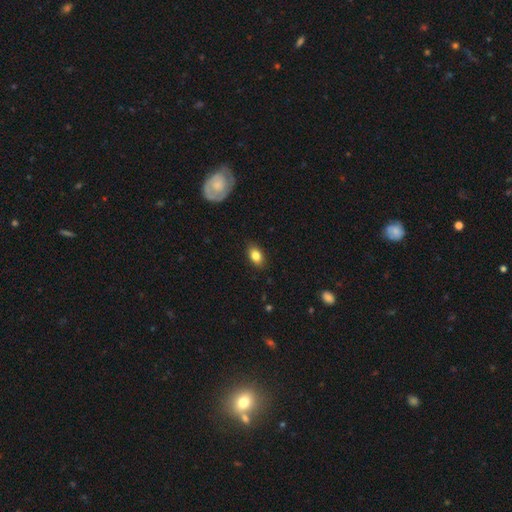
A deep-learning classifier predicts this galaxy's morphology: A smooth galaxy with no disk features (82%) that is in between round and cigar-shaped (86%).

Vote fractions:
- Smooth or featured? smooth: 82% / featured or disk: 9% / star or artifact: 8%
- How rounded? in between: 86% / round: 12% / cigar-shaped: 2%
- Merging? none: 87% / minor disturbance: 10% / major disturbance: 2% / merger: 1%